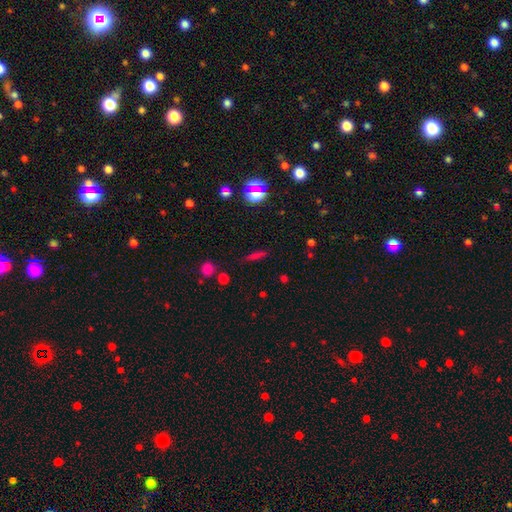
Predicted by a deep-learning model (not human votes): Smooth or featured?
  - smooth: 60% *
  - star or artifact: 22%
  - featured or disk: 18%
How rounded?
  - cigar-shaped: 74% *
  - in between: 19%
  - round: 7%
Merging?
  - none: 82% *
  - minor disturbance: 11%
  - major disturbance: 3%
  - merger: 3%